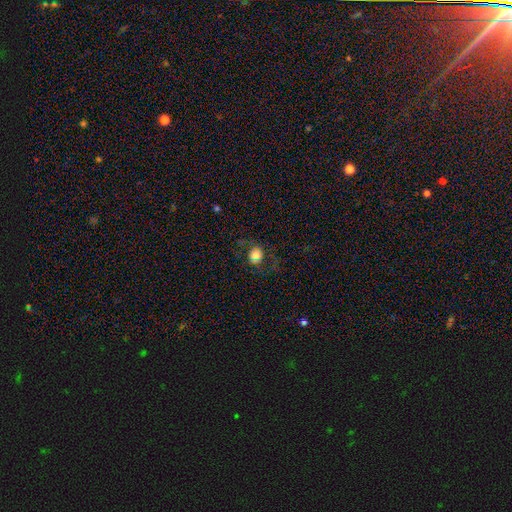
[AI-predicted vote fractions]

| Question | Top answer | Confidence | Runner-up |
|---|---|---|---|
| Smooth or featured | smooth | 69% | featured or disk (18%) |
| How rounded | round | 74% | in between (24%) |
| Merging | none | 70% | minor disturbance (15%) |